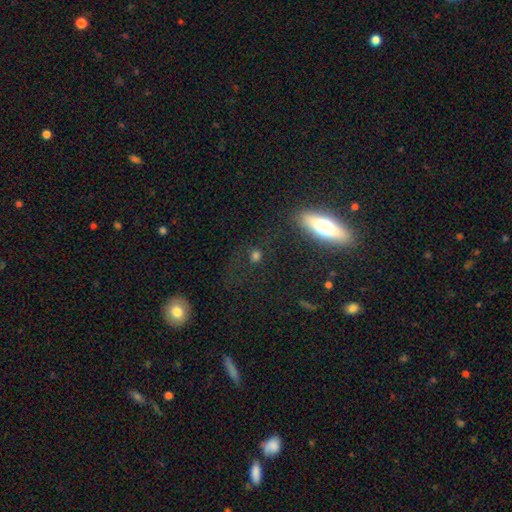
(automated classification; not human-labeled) Morphology: type=smooth (57%); roundness=round (57%); merging=none (70%).